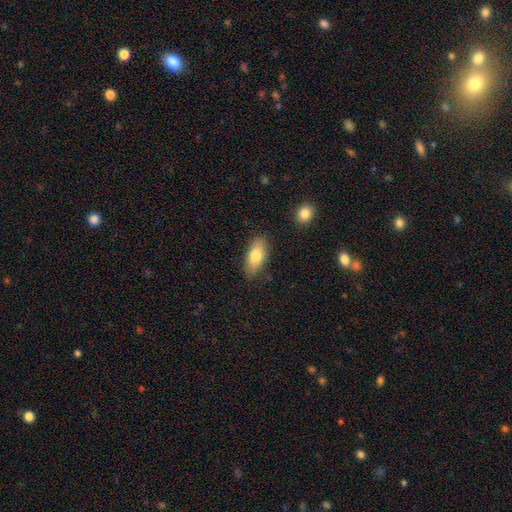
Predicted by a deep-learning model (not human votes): smooth-or-featured: smooth: 78% | featured or disk: 15% | star or artifact: 7%
  how-rounded: in between: 84% | cigar-shaped: 13% | round: 3%
  merging: none: 83% | minor disturbance: 13% | major disturbance: 3% | merger: 2%